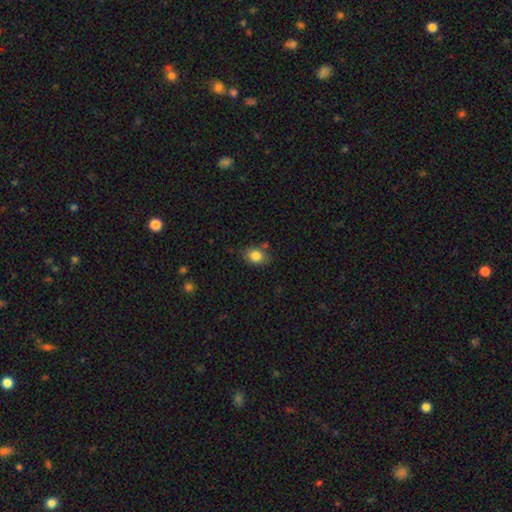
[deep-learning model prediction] This is clearly a smooth galaxy (83%). How rounded: likely in between (67%). Merging: likely none (75%).